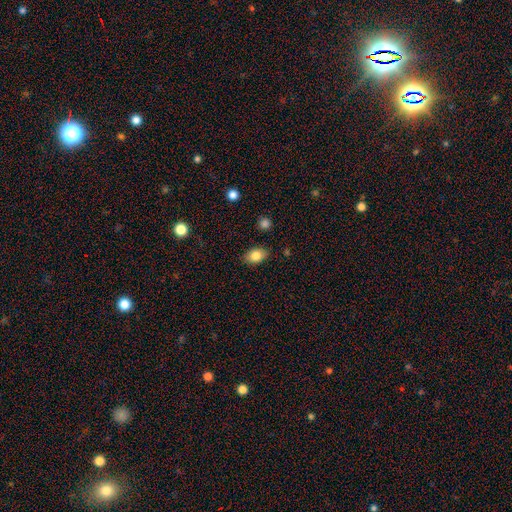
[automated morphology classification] The model was most divided on "how rounded": in between: 81%, round: 18%, cigar-shaped: 2%. More confident: merging — none (85%); smooth or featured — smooth (84%).